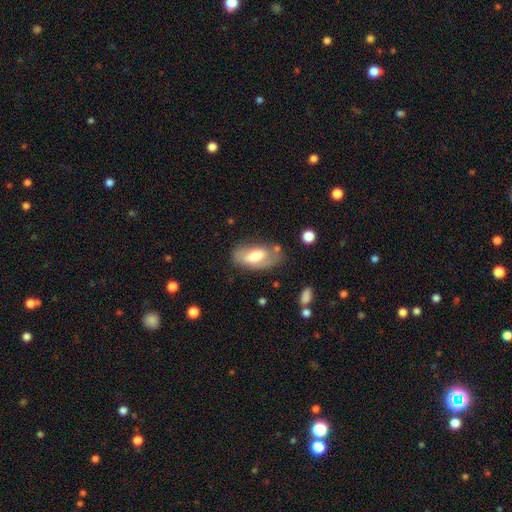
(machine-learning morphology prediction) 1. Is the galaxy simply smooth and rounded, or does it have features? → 55% smooth, 39% featured or disk, 7% star or artifact.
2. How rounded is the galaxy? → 90% in between, 7% cigar-shaped, 3% round.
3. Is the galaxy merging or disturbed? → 61% none, 24% minor disturbance, 10% major disturbance, 5% merger.